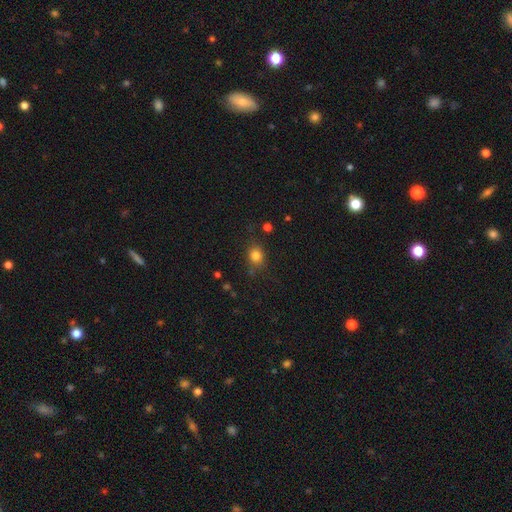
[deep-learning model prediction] A smooth galaxy with no disk features (81%) that is round (64%).

Vote fractions:
- Smooth or featured? smooth: 81% / star or artifact: 12% / featured or disk: 6%
- How rounded? round: 64% / in between: 34% / cigar-shaped: 1%
- Merging? none: 76% / minor disturbance: 15% / major disturbance: 5% / merger: 3%